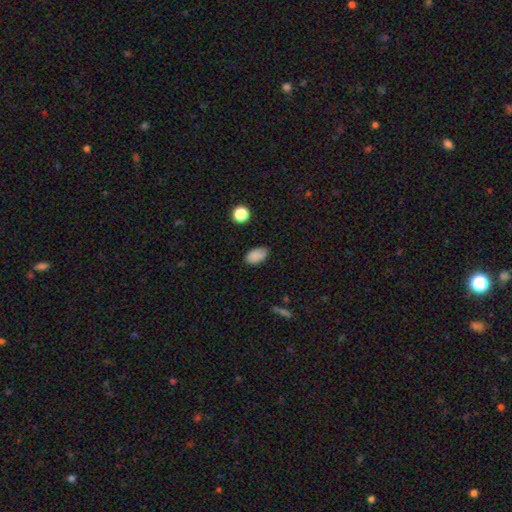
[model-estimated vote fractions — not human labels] Overall: smooth (86%). How rounded: in between (91%). Merging: none (79%).